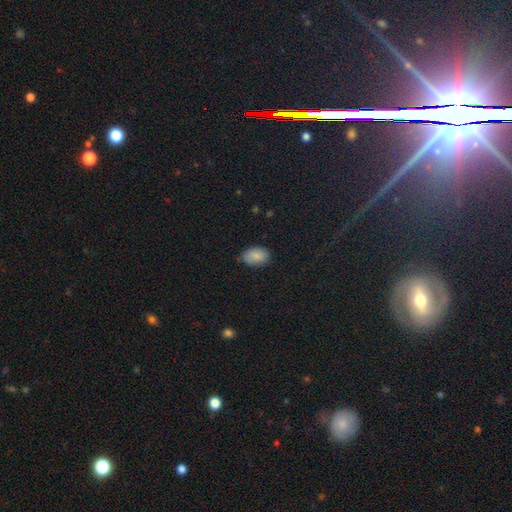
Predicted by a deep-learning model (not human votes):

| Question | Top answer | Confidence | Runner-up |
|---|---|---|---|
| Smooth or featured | smooth | 85% | star or artifact (8%) |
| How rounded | in between | 89% | round (10%) |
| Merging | none | 81% | minor disturbance (15%) |